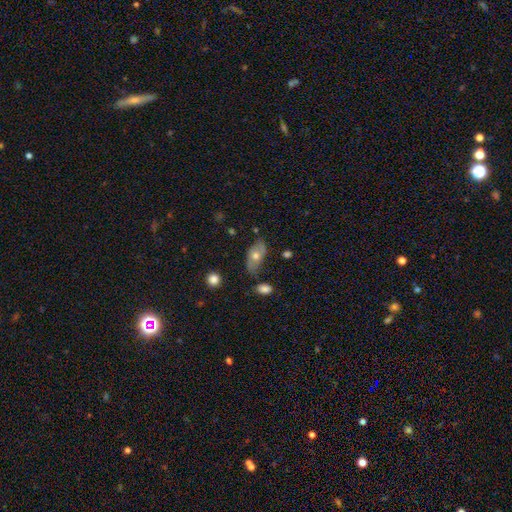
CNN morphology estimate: smooth 52%, featured or disk 41%, star or artifact 7%. Down the decision tree: how rounded — in between (88%); merging — none (68%).